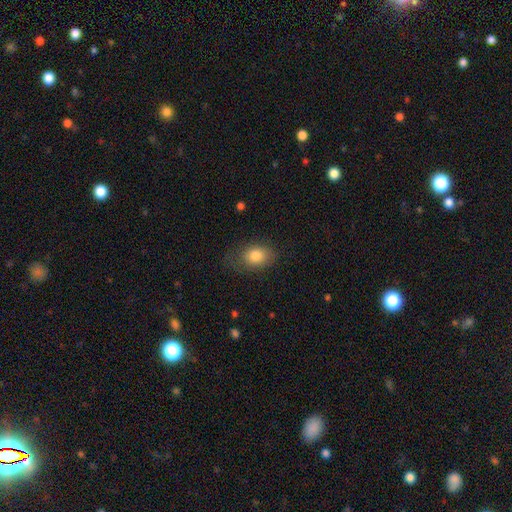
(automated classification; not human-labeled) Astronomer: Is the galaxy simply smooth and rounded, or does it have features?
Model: smooth — 82%.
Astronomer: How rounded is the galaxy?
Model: in between — 78%.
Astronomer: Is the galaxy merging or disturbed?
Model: none — 69%.